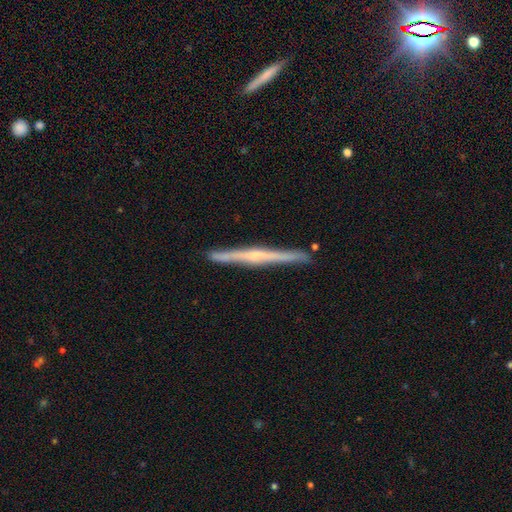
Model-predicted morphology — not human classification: Overall: featured or disk (75%). Edge-on disk: yes (98%). Edge-on bulge: rounded (58%; none 32%). Merging: none (91%).